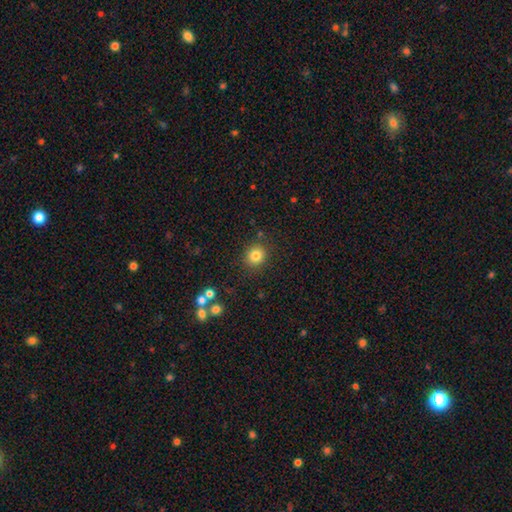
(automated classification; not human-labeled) Morphology: type=smooth (81%); roundness=round (83%); merging=none (86%).